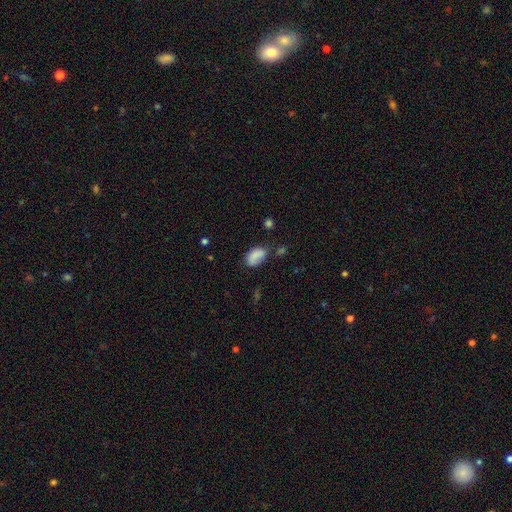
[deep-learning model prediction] Smooth or featured?
  - smooth: 83% *
  - star or artifact: 9%
  - featured or disk: 8%
How rounded?
  - in between: 91% *
  - round: 8%
  - cigar-shaped: 2%
Merging?
  - none: 58% *
  - minor disturbance: 28%
  - major disturbance: 8%
  - merger: 6%